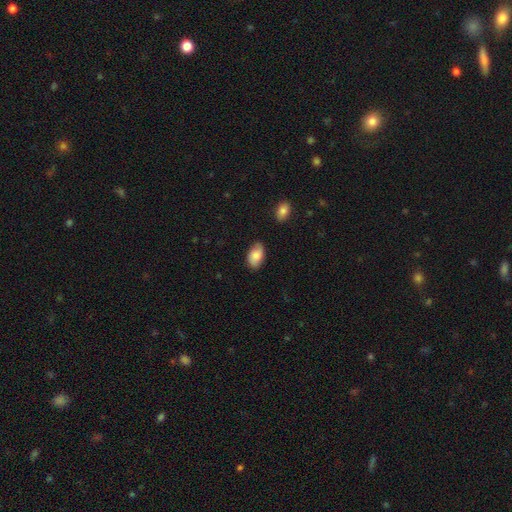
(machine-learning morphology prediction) Smooth or featured? Predicted: smooth (p=0.80). How rounded? Predicted: in between (p=0.93). Merging? Predicted: none (p=0.79).